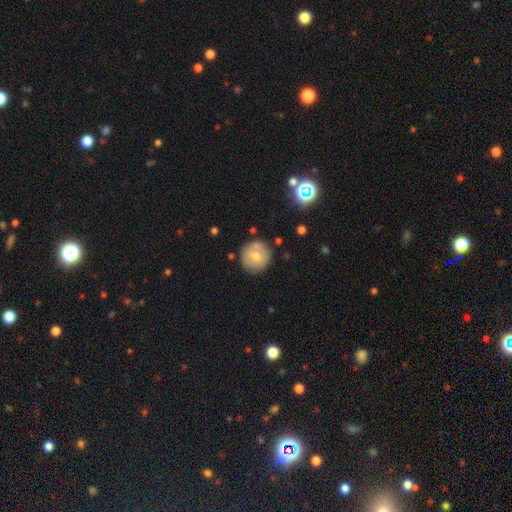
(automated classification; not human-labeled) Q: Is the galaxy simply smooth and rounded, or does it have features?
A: smooth — 66%.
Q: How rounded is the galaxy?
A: round — 94%.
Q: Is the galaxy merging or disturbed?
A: none — 78%.